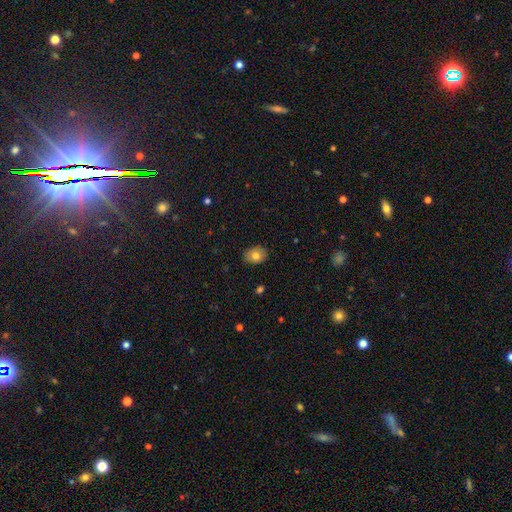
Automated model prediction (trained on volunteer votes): This appears to be a smooth galaxy with no disk features (78%) that is in between round and cigar-shaped (66%). Merging: none (86%).